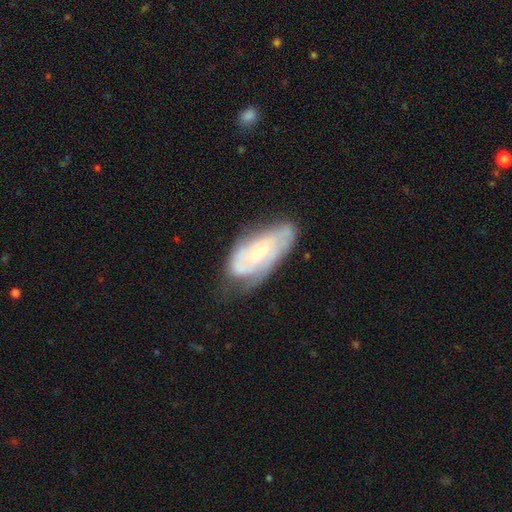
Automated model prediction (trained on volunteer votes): Smooth or featured?
  - featured or disk: 69% *
  - smooth: 24%
  - star or artifact: 7%
Edge-on disk?
  - no: 91% *
  - yes: 9%
Bar?
  - no: 65% *
  - weak: 28%
  - strong: 7%
Spiral arms?
  - yes: 83% *
  - no: 17%
Spiral winding?
  - tight: 53% *
  - medium: 34%
  - loose: 13%
Spiral arm count?
  - can't tell: 43% *
  - 2: 33%
  - 3: 13%
  - 1: 5%
  - 4: 4%
  - more than 4: 3%
Bulge size?
  - small: 55% *
  - moderate: 39%
  - none: 2%
  - large: 2%
  - dominant: 1%
Merging?
  - none: 59% *
  - minor disturbance: 28%
  - major disturbance: 11%
  - merger: 2%